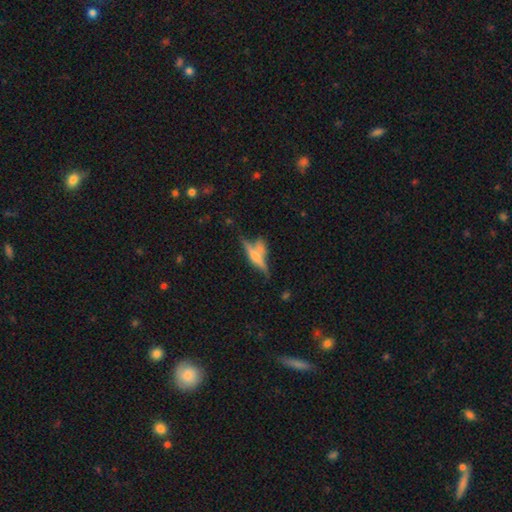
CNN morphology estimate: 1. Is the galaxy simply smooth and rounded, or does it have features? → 53% featured or disk, 38% smooth, 9% star or artifact.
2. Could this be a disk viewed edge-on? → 87% yes, 13% no.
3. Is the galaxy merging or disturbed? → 50% none, 28% merger, 14% minor disturbance, 8% major disturbance.